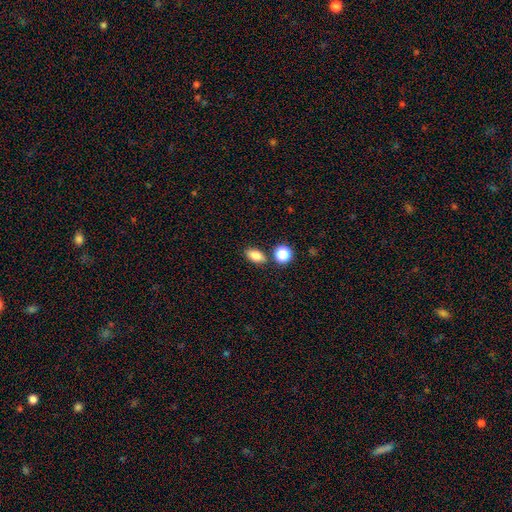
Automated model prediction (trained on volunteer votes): Morphology: type=smooth (83%); roundness=in between (83%); merging=none (77%).